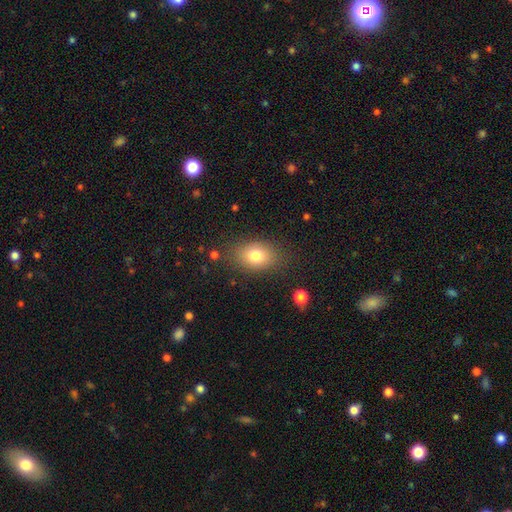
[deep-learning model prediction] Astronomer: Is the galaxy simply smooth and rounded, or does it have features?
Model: smooth — 79%.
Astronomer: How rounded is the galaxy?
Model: in between — 79%.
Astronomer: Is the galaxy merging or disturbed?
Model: none — 80%.